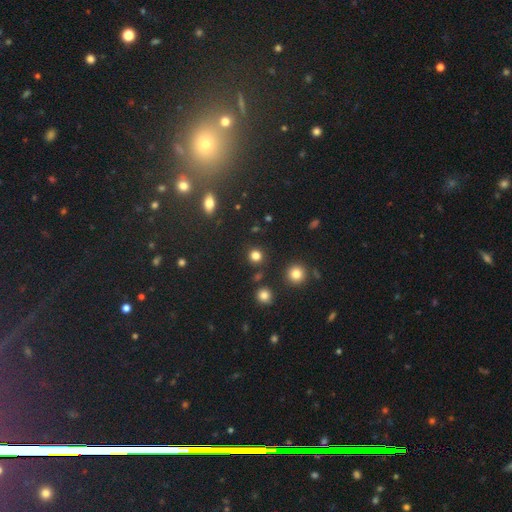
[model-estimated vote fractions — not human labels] smooth 80%, star or artifact 16%, featured or disk 4%. Down the decision tree: how rounded — round (91%); merging — none (88%).